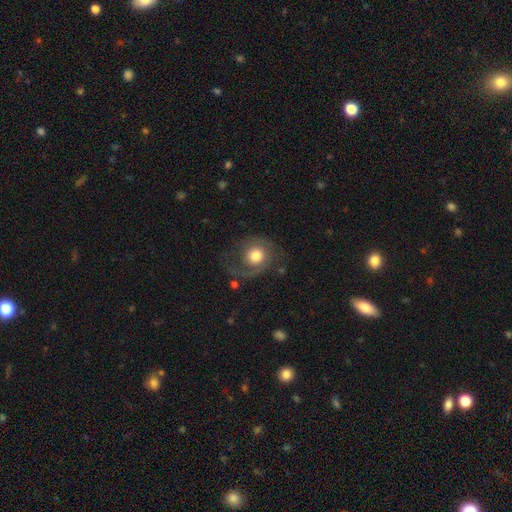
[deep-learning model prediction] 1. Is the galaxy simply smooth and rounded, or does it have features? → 55% featured or disk, 37% smooth, 8% star or artifact.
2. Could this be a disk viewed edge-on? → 97% no, 3% yes.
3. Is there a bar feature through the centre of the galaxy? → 81% no, 16% weak, 3% strong.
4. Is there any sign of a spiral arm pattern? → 81% yes, 19% no.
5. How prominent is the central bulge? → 53% moderate, 34% large, 6% small, 4% dominant, 1% none.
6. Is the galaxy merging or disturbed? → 54% none, 25% major disturbance, 19% minor disturbance, 3% merger.